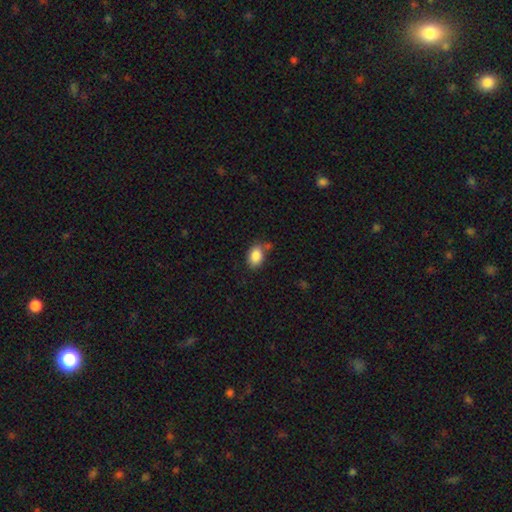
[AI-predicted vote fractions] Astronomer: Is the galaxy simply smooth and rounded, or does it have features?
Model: smooth — 86%.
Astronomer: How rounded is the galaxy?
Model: in between — 79%.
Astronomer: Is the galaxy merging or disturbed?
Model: none — 63%.